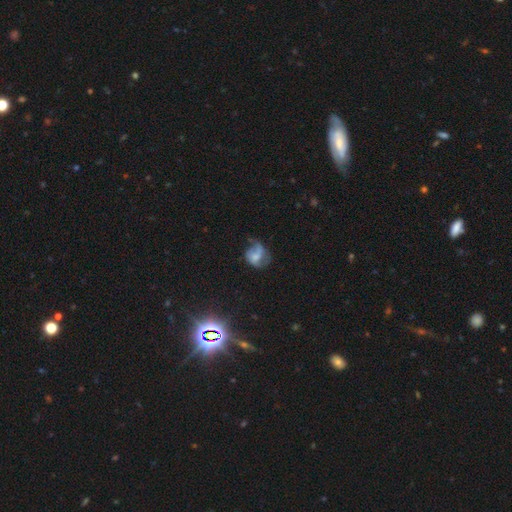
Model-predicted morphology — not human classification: Overall: featured or disk (48%; smooth 40%). Merging: major disturbance (35%; none 34%).